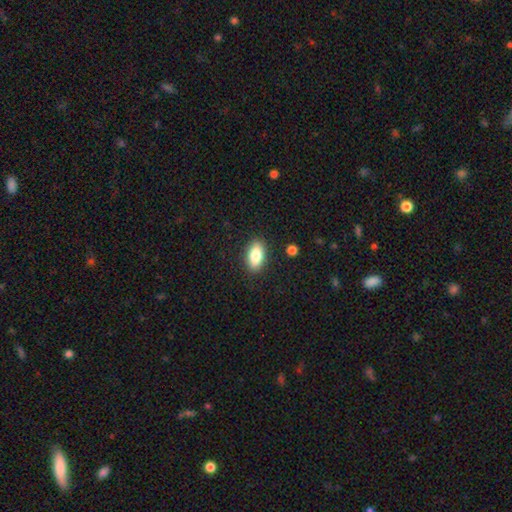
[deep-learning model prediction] This is clearly a smooth galaxy (82%). How rounded: clearly in between (90%). Merging: clearly none (88%).